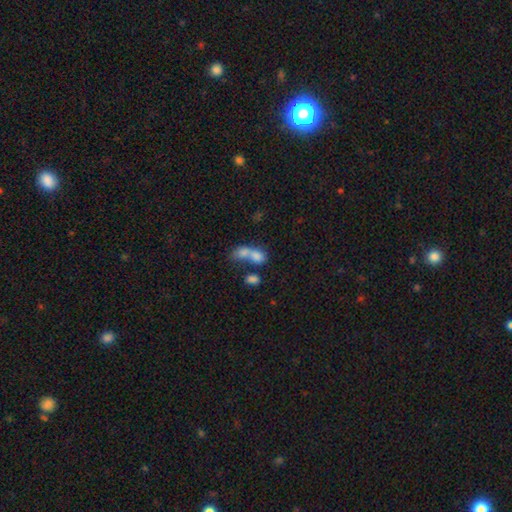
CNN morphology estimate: smooth_or_featured: smooth (p=0.74) [alt: featured or disk p=0.16]
how_rounded: in between (p=0.71) [alt: round p=0.25]
merging: merger (p=0.71) [alt: none p=0.17]